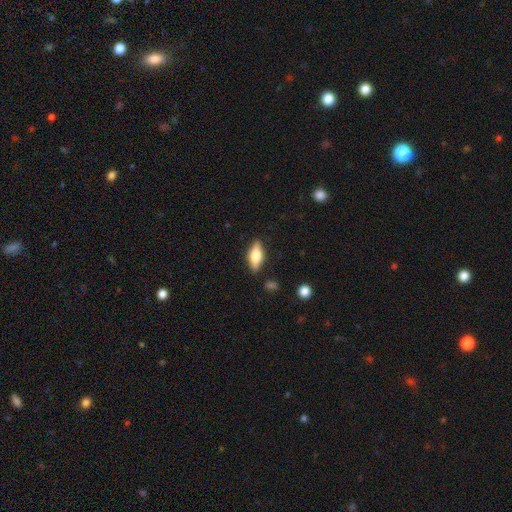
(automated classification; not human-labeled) Smooth or featured?
  - smooth: 58% *
  - featured or disk: 35%
  - star or artifact: 7%
How rounded?
  - in between: 73% *
  - cigar-shaped: 24%
  - round: 4%
Merging?
  - none: 85% *
  - minor disturbance: 11%
  - major disturbance: 2%
  - merger: 2%